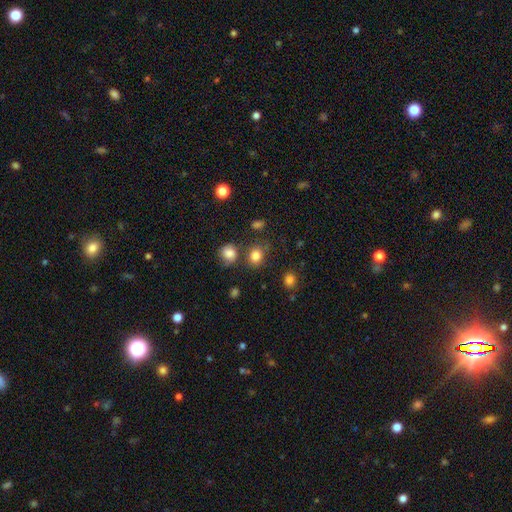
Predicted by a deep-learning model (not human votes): A smooth galaxy with no disk features (82%) that is round (67%).

Vote fractions:
- Smooth or featured? smooth: 82% / star or artifact: 12% / featured or disk: 6%
- How rounded? round: 67% / in between: 32% / cigar-shaped: 1%
- Merging? none: 72% / minor disturbance: 14% / merger: 9% / major disturbance: 5%